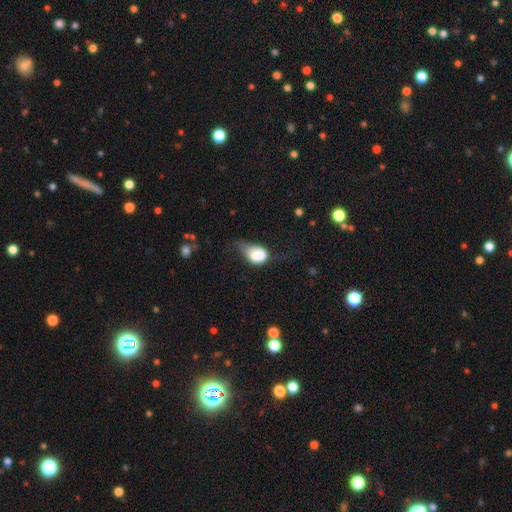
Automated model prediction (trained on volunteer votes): Q: Smooth or featured?
A: smooth (72%); runner-up: featured or disk (19%)
Q: How rounded?
A: in between (69%); runner-up: round (29%)
Q: Merging?
A: minor disturbance (34%); runner-up: major disturbance (31%)